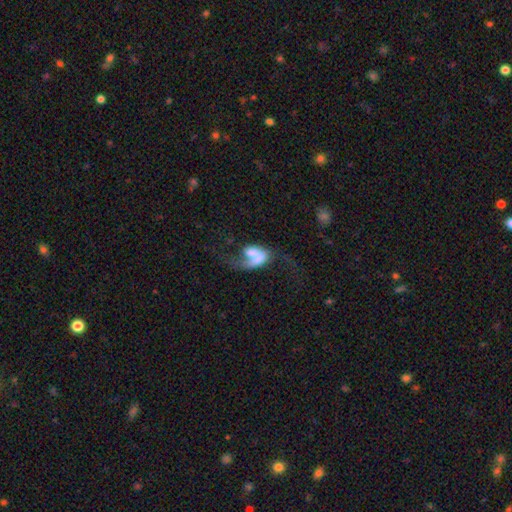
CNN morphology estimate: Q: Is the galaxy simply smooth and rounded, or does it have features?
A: featured or disk — 57%.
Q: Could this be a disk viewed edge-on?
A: no — 97%.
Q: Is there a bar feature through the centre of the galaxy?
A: no — 67%.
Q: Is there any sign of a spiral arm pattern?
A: yes — 68%.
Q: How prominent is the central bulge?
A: none — 41%.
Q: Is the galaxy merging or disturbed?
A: major disturbance — 42%.